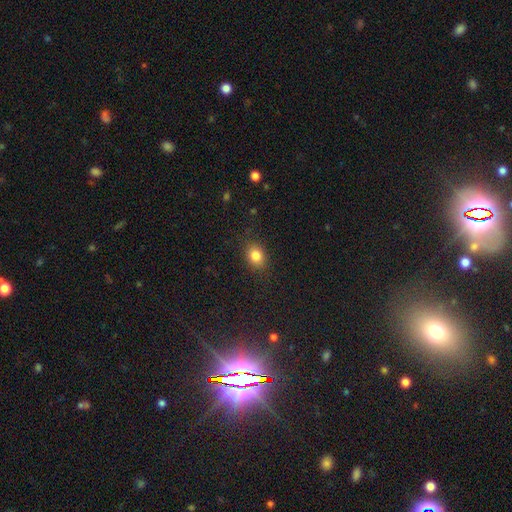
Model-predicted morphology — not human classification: A smooth galaxy with no disk features (83%) that is in between round and cigar-shaped (51%). Merging: none (85%).